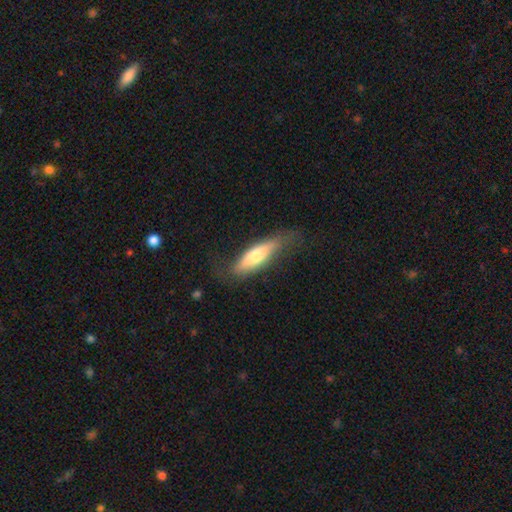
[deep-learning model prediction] smooth_or_featured: smooth (p=0.56) [alt: featured or disk p=0.39]
how_rounded: cigar-shaped (p=0.59) [alt: in between p=0.39]
merging: none (p=0.62) [alt: minor disturbance p=0.26]